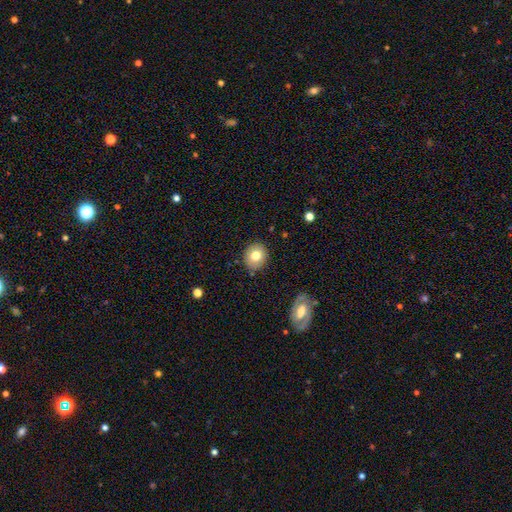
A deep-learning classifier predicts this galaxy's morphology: smooth_or_featured: smooth (p=0.77) [alt: featured or disk p=0.15]
how_rounded: round (p=0.72) [alt: in between p=0.27]
merging: none (p=0.88) [alt: minor disturbance p=0.09]